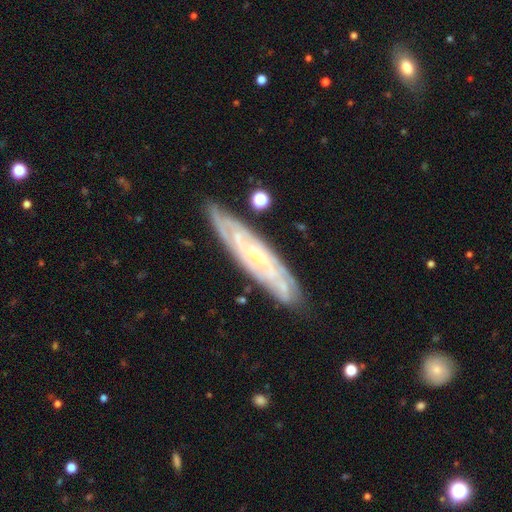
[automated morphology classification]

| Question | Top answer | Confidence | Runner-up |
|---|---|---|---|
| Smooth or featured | featured or disk | 80% | smooth (14%) |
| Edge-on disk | no | 70% | yes (30%) |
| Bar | no | 67% | weak (26%) |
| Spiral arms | yes | 93% | no (7%) |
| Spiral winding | tight | 69% | medium (26%) |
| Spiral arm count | can't tell | 49% | 2 (18%) |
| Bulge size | small | 74% | moderate (20%) |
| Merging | none | 80% | minor disturbance (15%) |